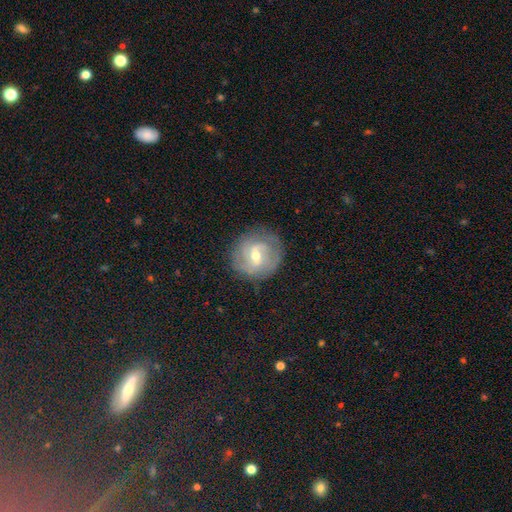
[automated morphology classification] featured or disk 76%, smooth 17%, star or artifact 7%. Down the decision tree: edge-on disk — no (97%); bar — weak (57%); spiral arms — yes (90%); spiral arm count — 2 (55%); spiral winding — tight (44%); bulge size — moderate (59%); merging — none (80%).